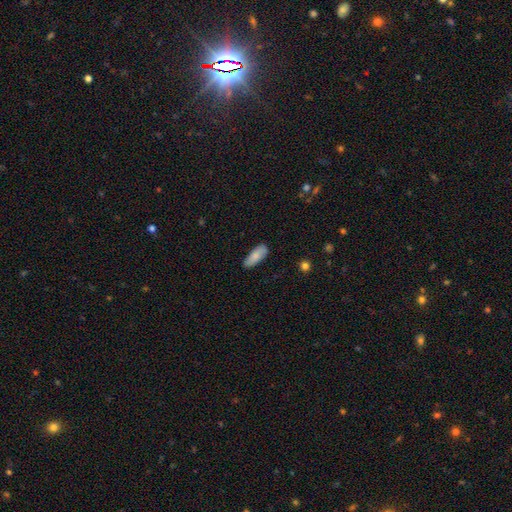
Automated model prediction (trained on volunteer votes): This is clearly a smooth galaxy (83%). How rounded: likely in between (72%). Merging: clearly none (84%).